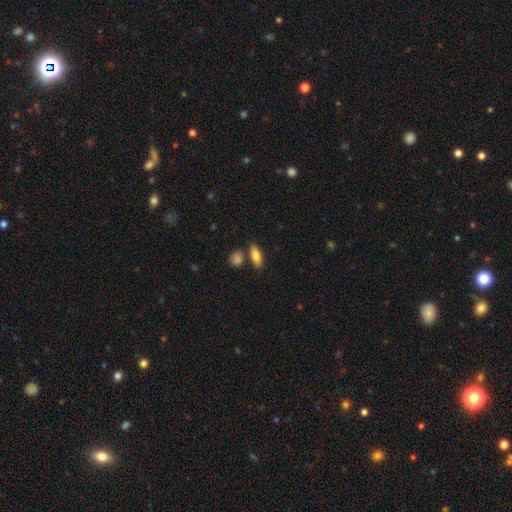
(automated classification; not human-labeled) This is clearly a smooth galaxy (81%). How rounded: likely in between (75%). Merging: likely none (74%).